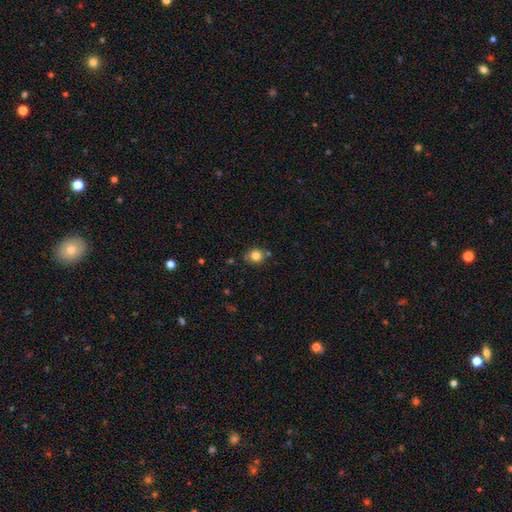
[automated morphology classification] Smooth or featured? smooth (83%)
How rounded? round (81%)
Merging? none (74%)